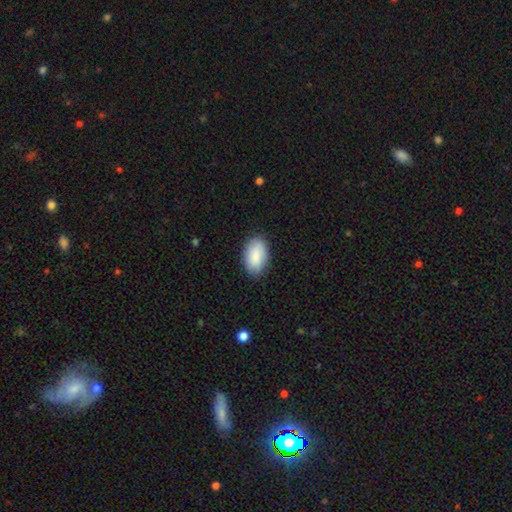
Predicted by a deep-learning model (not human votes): This appears to be a smooth galaxy with no disk features (88%) that is in between round and cigar-shaped (94%). Merging: none (85%).